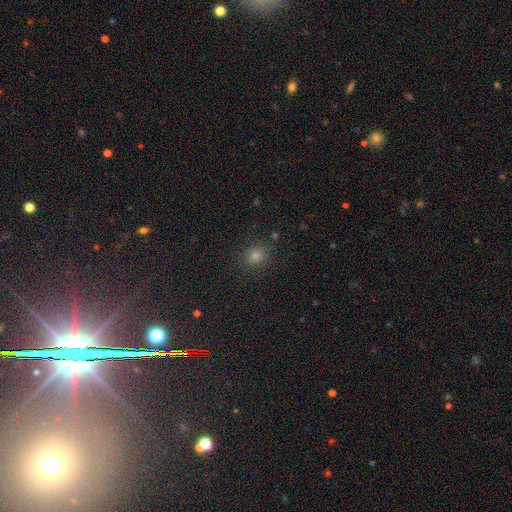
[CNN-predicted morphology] Smooth or featured: smooth — 71% (star or artifact — 23%)
How rounded: round — 85% (in between — 14%)
Merging: none — 89% (minor disturbance — 7%)